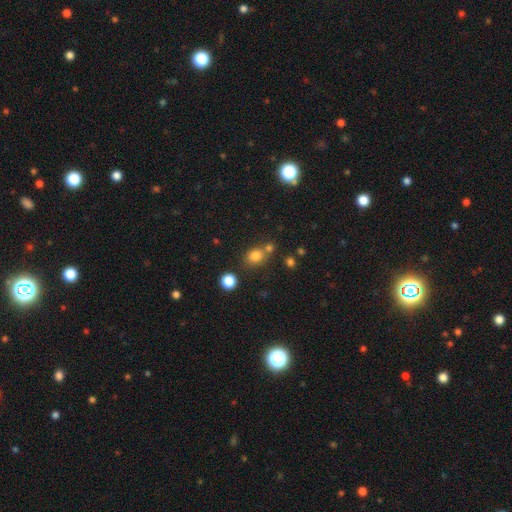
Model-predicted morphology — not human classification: A smooth galaxy with no disk features (79%) that is round (63%). Merging: none (59%).